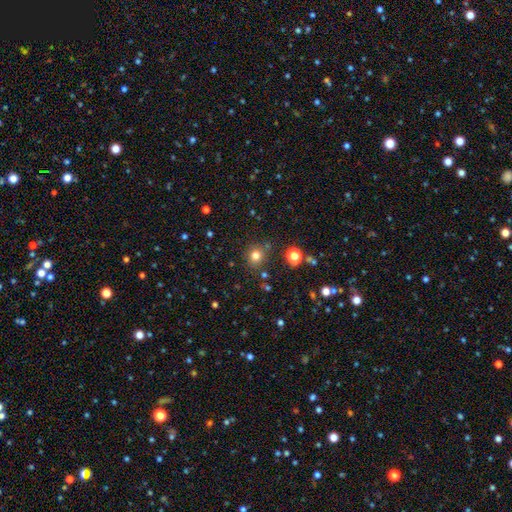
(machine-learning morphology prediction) smooth_or_featured: smooth (p=0.78) [alt: star or artifact p=0.17]
how_rounded: round (p=0.84) [alt: in between p=0.15]
merging: none (p=0.80) [alt: minor disturbance p=0.10]